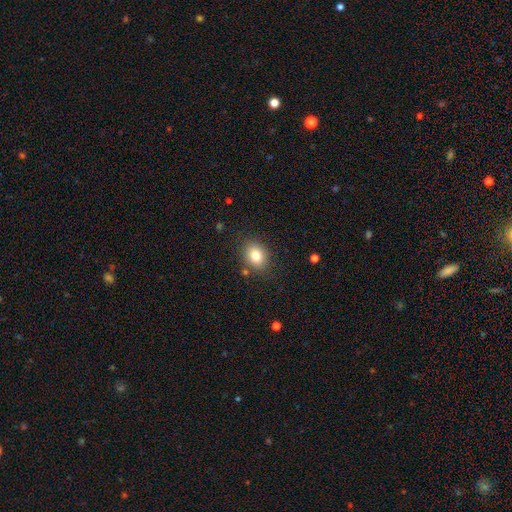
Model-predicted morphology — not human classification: smooth-or-featured: smooth: 81% | star or artifact: 10% | featured or disk: 9%
  how-rounded: in between: 54% | round: 45% | cigar-shaped: 1%
  merging: none: 85% | minor disturbance: 10% | major disturbance: 3% | merger: 2%